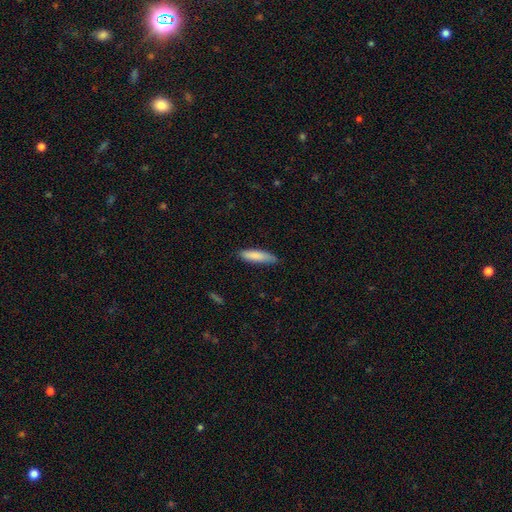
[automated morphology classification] Smooth or featured?
  - smooth: 84% *
  - featured or disk: 10%
  - star or artifact: 6%
How rounded?
  - cigar-shaped: 70% *
  - in between: 29%
  - round: 1%
Merging?
  - none: 78% *
  - minor disturbance: 18%
  - major disturbance: 3%
  - merger: 1%